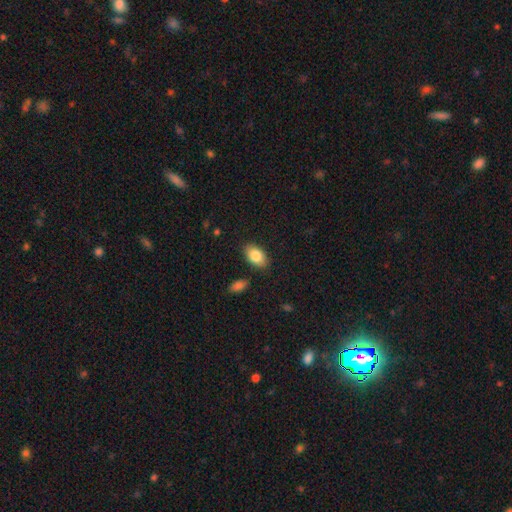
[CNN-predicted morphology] Smooth or featured? Predicted: smooth (p=0.85). How rounded? Predicted: in between (p=0.92). Merging? Predicted: none (p=0.85).